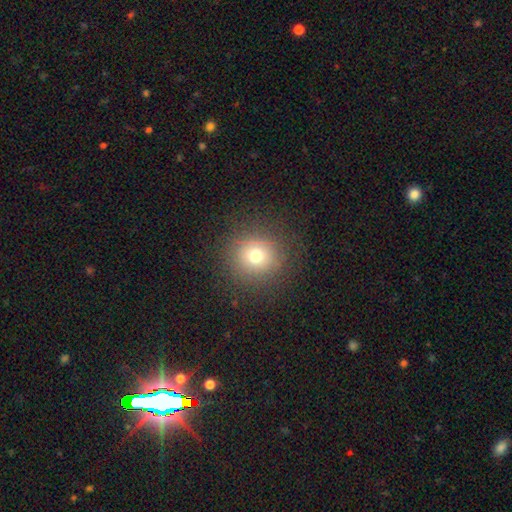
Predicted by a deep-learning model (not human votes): A smooth galaxy with no disk features (70%) that is round (92%).

Vote fractions:
- Smooth or featured? smooth: 70% / star or artifact: 17% / featured or disk: 13%
- How rounded? round: 92% / in between: 8% / cigar-shaped: 1%
- Merging? none: 85% / minor disturbance: 8% / major disturbance: 5% / merger: 1%